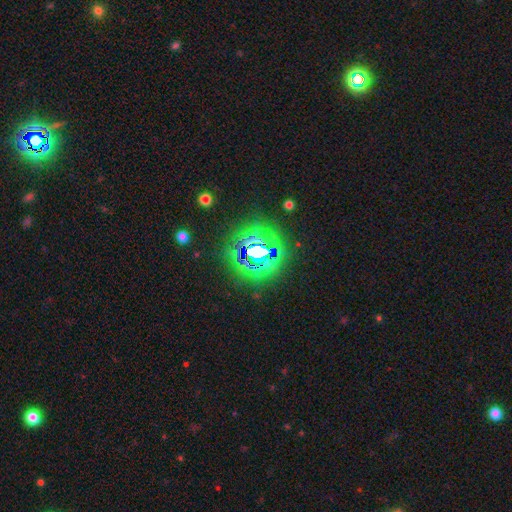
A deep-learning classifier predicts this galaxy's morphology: type=star or artifact (84%).